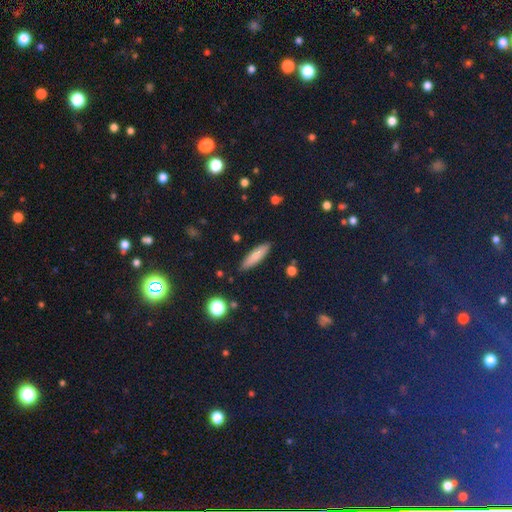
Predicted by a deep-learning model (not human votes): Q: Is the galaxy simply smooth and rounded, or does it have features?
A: smooth — 78%.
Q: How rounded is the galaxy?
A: cigar-shaped — 73%.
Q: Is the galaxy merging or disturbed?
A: none — 88%.